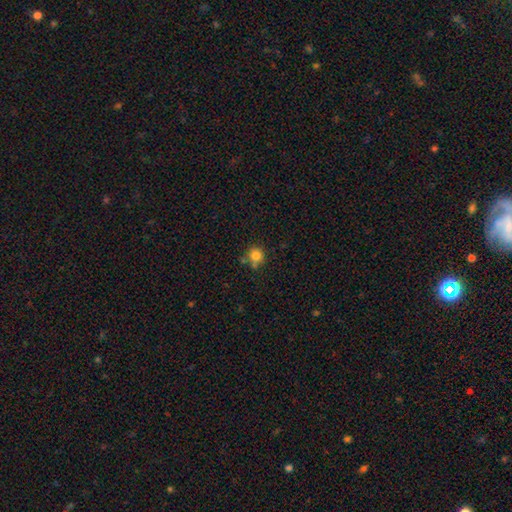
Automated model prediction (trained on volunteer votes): Smooth or featured: smooth — 80% (star or artifact — 12%)
How rounded: round — 90% (in between — 9%)
Merging: none — 65% (merger — 17%)